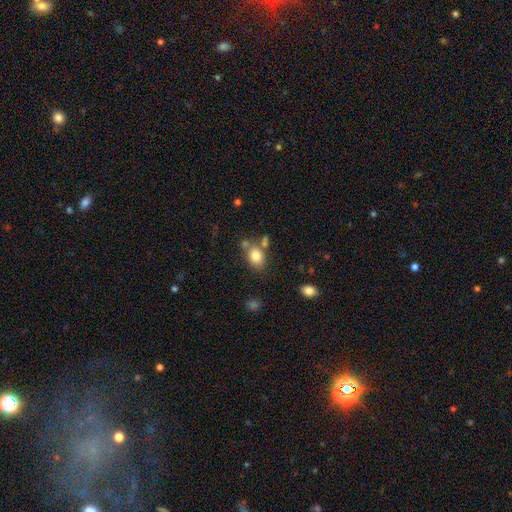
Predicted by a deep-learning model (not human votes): smooth 80%, featured or disk 10%, star or artifact 10%. Down the decision tree: how rounded — in between (64%); merging — none (62%).